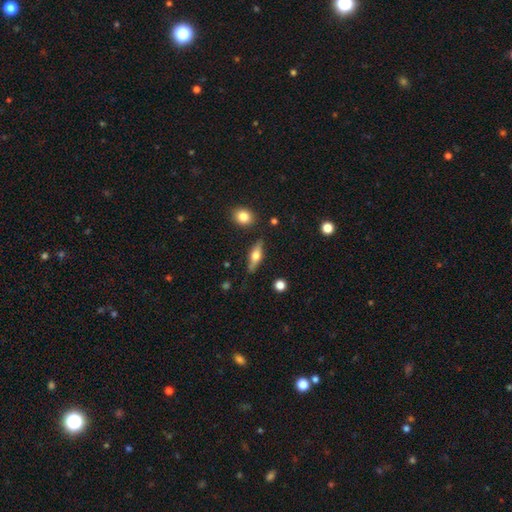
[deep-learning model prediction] featured or disk 52%, smooth 42%, star or artifact 7%. Down the decision tree: edge-on disk — yes (91%); merging — none (82%).